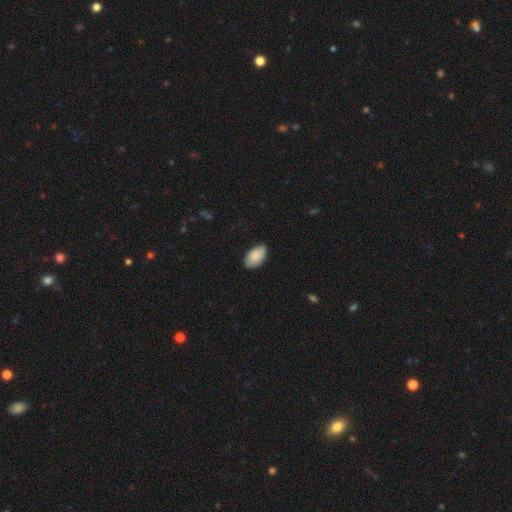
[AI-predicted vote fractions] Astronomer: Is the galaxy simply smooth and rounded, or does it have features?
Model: smooth — 86%.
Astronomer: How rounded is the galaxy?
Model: in between — 94%.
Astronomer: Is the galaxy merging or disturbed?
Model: none — 78%.